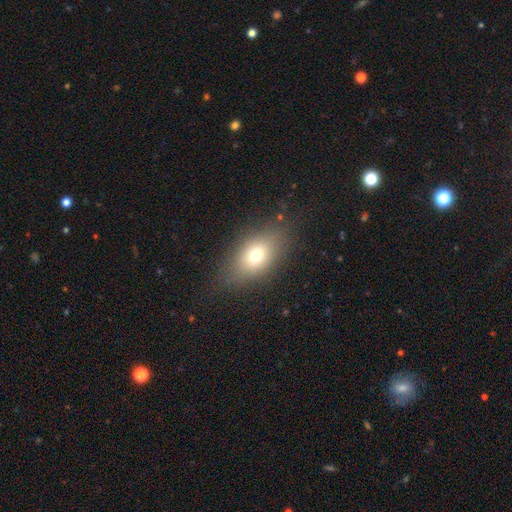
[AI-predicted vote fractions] smooth_or_featured: smooth (p=0.71) [alt: featured or disk p=0.17]
how_rounded: in between (p=0.80) [alt: round p=0.16]
merging: none (p=0.80) [alt: minor disturbance p=0.13]